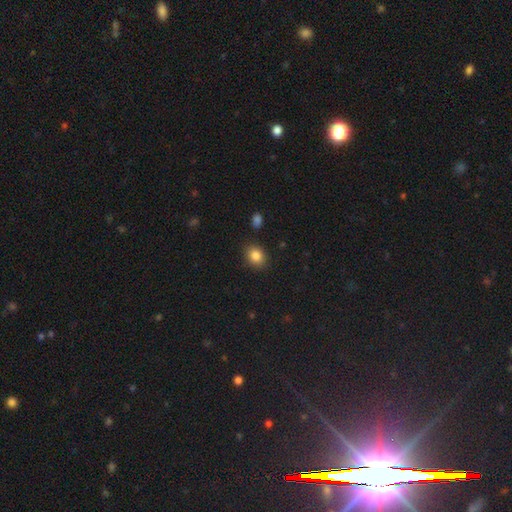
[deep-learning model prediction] A smooth galaxy with no disk features (84%) that is in between round and cigar-shaped (50%, tied with round).

Vote fractions:
- Smooth or featured? smooth: 84% / star or artifact: 10% / featured or disk: 6%
- How rounded? in between: 50% (tied) / round: 50% (tied) / cigar-shaped: 1%
- Merging? none: 87% / minor disturbance: 9% / major disturbance: 2% / merger: 2%